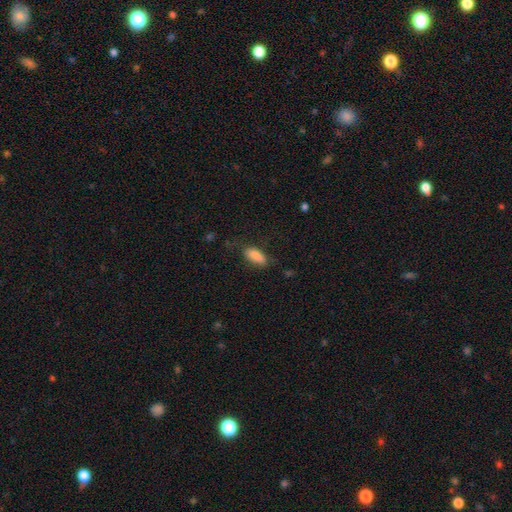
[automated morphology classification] The model was most divided on "merging": none: 69%, minor disturbance: 21%, major disturbance: 8%, merger: 2%. More confident: smooth or featured — smooth (86%); how rounded — in between (82%).